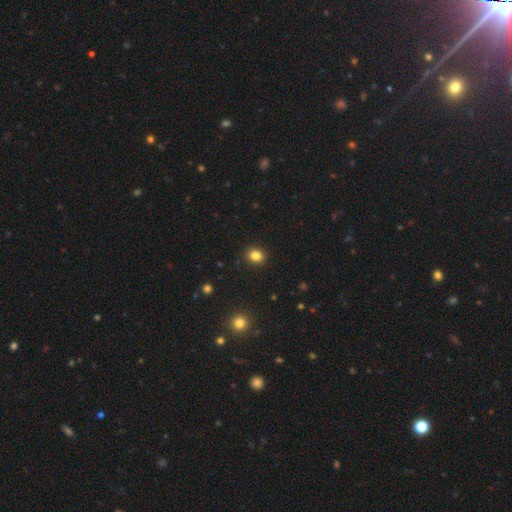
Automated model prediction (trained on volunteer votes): Smooth or featured? Predicted: smooth (p=0.83). How rounded? Predicted: round (p=0.69). Merging? Predicted: none (p=0.91).